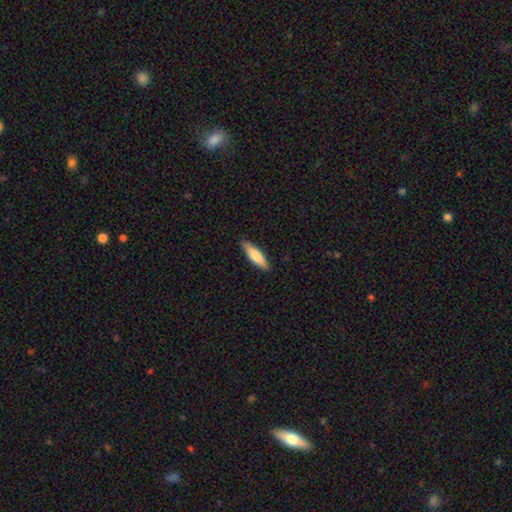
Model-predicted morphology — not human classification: The model was most divided on "how rounded": cigar-shaped: 63%, in between: 35%, round: 2%. More confident: merging — none (87%); smooth or featured — smooth (76%).